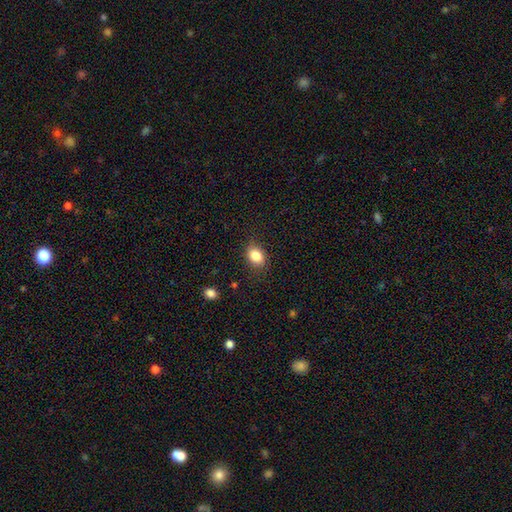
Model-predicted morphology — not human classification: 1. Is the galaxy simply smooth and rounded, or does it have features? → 85% smooth, 9% star or artifact, 6% featured or disk.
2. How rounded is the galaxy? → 65% in between, 34% round, 1% cigar-shaped.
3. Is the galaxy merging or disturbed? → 82% none, 13% minor disturbance, 3% major disturbance, 1% merger.